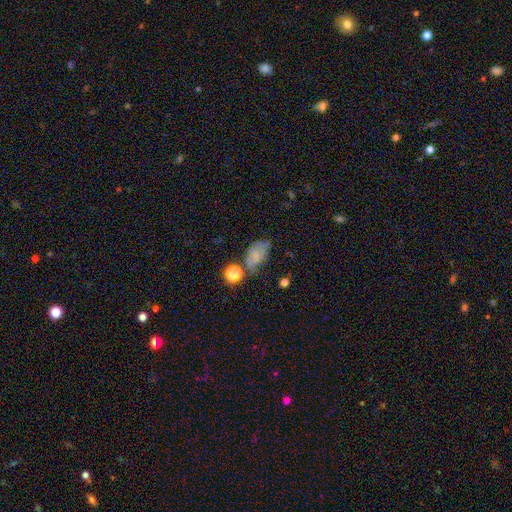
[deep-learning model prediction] The model was most divided on "merging": none: 47%, minor disturbance: 28%, major disturbance: 13%, merger: 11%. More confident: how rounded — in between (85%); smooth or featured — smooth (69%).